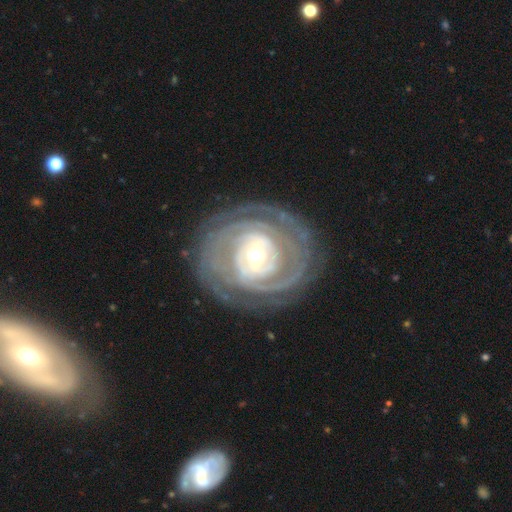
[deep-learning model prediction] smooth-or-featured: featured or disk: 88% | smooth: 7% | star or artifact: 4%
  disk-edge-on: no: 97% | yes: 3%
    bar: no: 43% | weak: 35% | strong: 22%
    has-spiral-arms: yes: 93% | no: 7%
      spiral-winding: tight: 81% | medium: 15% | loose: 4%
      spiral-arm-count: can't tell: 31% | 2: 26% | 3: 18% | 4: 11% | more than 4: 7% | 1: 7%
    bulge-size: moderate: 60% | small: 33% | large: 6% | dominant: 1% | none: 1%
  merging: none: 80% | minor disturbance: 13% | major disturbance: 6% | merger: 1%